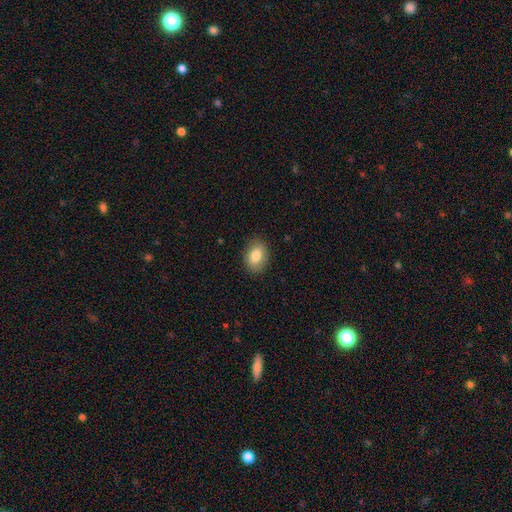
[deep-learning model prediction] Smooth or featured: smooth — 82% (featured or disk — 10%)
How rounded: in between — 76% (round — 23%)
Merging: none — 86% (minor disturbance — 10%)